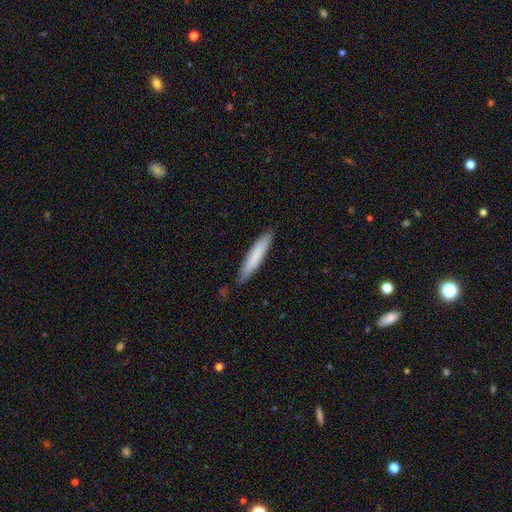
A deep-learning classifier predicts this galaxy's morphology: type=smooth (78%); roundness=cigar-shaped (90%); merging=none (86%).